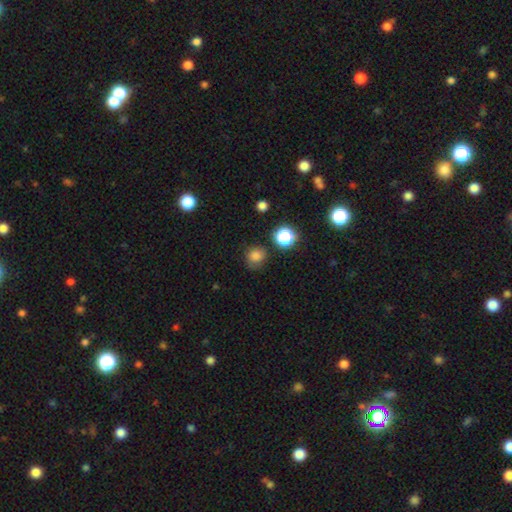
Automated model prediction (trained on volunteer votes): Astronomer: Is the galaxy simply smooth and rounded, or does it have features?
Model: smooth — 79%.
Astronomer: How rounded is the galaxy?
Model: round — 85%.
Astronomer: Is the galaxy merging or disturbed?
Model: none — 75%.